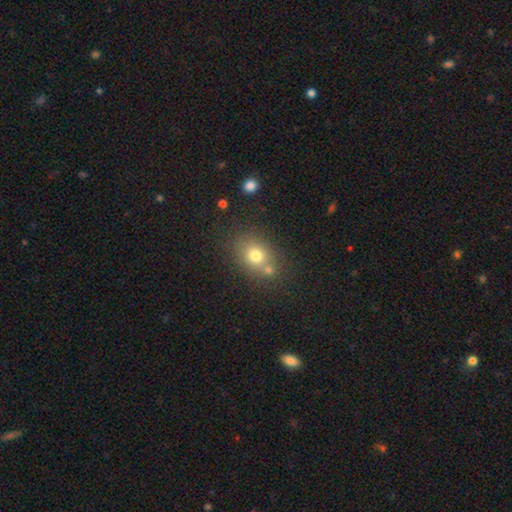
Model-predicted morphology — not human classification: Q: Smooth or featured?
A: smooth (74%); runner-up: star or artifact (14%)
Q: How rounded?
A: round (52%); runner-up: in between (47%)
Q: Merging?
A: none (61%); runner-up: merger (22%)